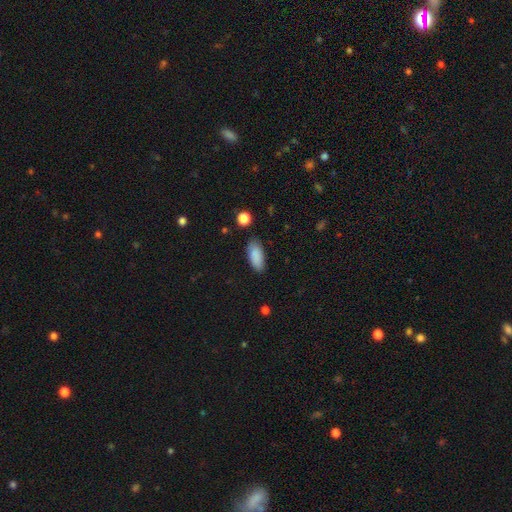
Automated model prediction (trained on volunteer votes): Smooth or featured: smooth — 88% (star or artifact — 7%)
How rounded: in between — 85% (cigar-shaped — 13%)
Merging: none — 82% (minor disturbance — 14%)